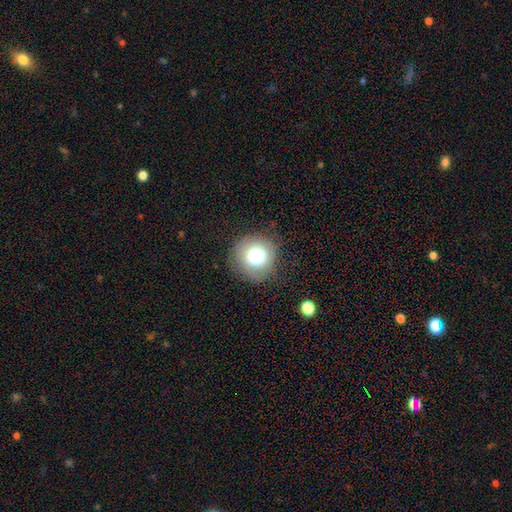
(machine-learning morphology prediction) smooth-or-featured: smooth: 76% | featured or disk: 14% | star or artifact: 10%
  how-rounded: round: 93% | in between: 6% | cigar-shaped: 1%
  merging: none: 80% | minor disturbance: 13% | major disturbance: 5% | merger: 1%